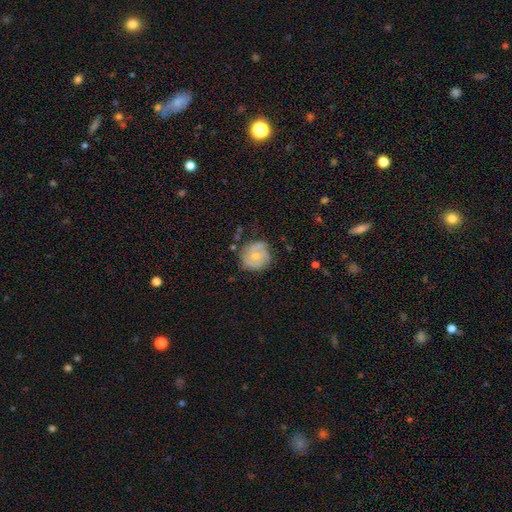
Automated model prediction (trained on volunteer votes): smooth_or_featured: featured or disk (p=0.70) [alt: smooth p=0.24]
disk_edge_on: no (p=0.98) [alt: yes p=0.02]
bar: no (p=0.65) [alt: weak p=0.31]
has_spiral_arms: yes (p=0.90) [alt: no p=0.10]
spiral_winding: tight (p=0.59) [alt: medium p=0.32]
spiral_arm_count: 2 (p=0.37) [alt: can't tell p=0.27]
bulge_size: small (p=0.51) [alt: moderate p=0.44]
merging: none (p=0.70) [alt: minor disturbance p=0.21]